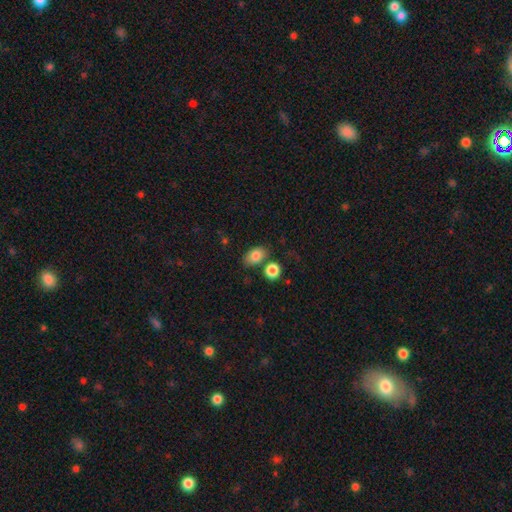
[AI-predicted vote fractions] A smooth galaxy with no disk features (83%) that is in between round and cigar-shaped (83%). Merging: none (69%).